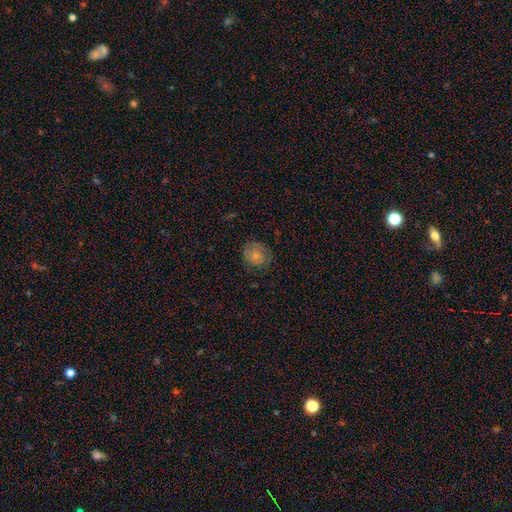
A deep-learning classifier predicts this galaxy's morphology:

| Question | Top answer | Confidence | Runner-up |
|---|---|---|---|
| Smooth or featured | smooth | 77% | featured or disk (14%) |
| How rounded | round | 80% | in between (20%) |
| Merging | none | 73% | minor disturbance (20%) |